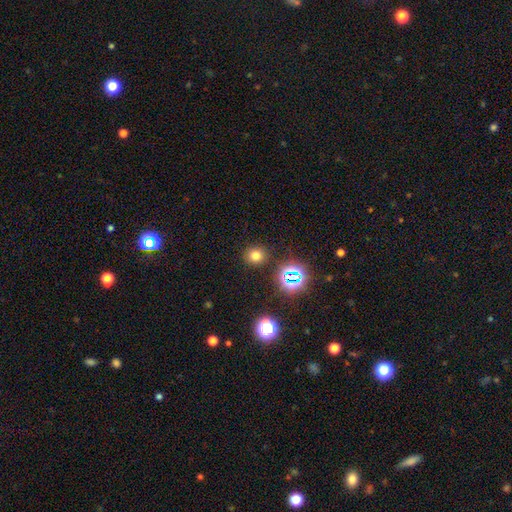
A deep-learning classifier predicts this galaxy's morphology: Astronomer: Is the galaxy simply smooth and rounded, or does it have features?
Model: smooth — 71%.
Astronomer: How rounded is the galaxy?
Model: round — 86%.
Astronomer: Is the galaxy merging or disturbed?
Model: none — 89%.